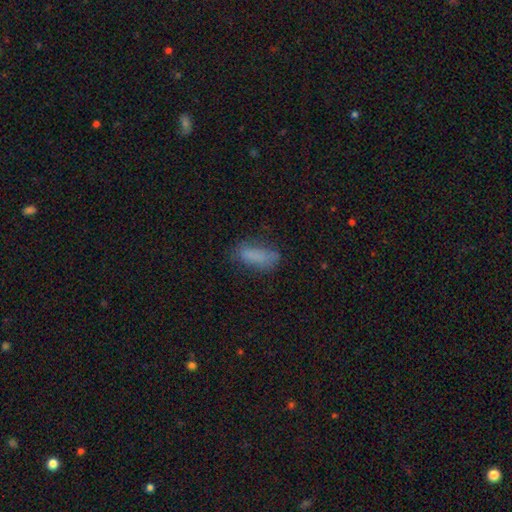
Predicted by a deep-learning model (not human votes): This is likely a smooth galaxy (77%). How rounded: likely in between (73%). Merging: possibly none (58%).